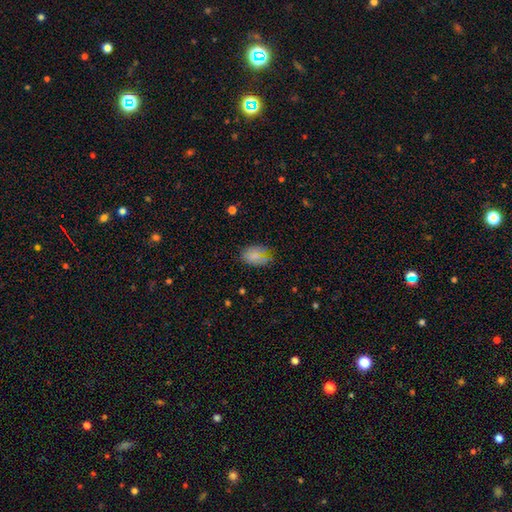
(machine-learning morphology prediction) type=smooth (75%); roundness=in between (89%); merging=none (70%).